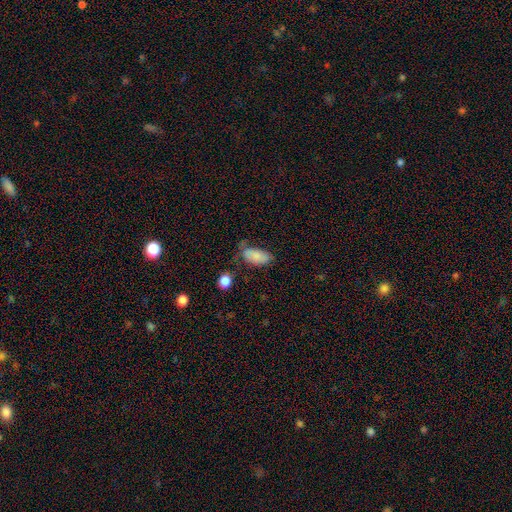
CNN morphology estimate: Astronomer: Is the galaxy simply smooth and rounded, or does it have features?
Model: smooth — 81%.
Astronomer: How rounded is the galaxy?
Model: in between — 93%.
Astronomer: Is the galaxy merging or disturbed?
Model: none — 44% (runner-up: minor disturbance, 34%).